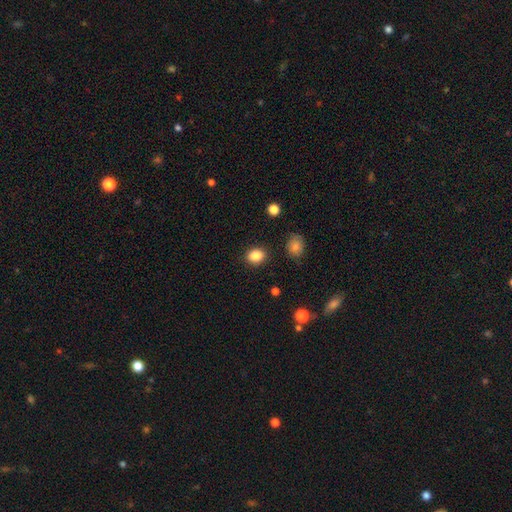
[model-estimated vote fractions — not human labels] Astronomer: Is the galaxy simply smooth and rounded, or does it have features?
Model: smooth — 86%.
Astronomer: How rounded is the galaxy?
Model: in between — 52% (runner-up: round, 47%).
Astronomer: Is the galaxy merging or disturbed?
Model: none — 88%.